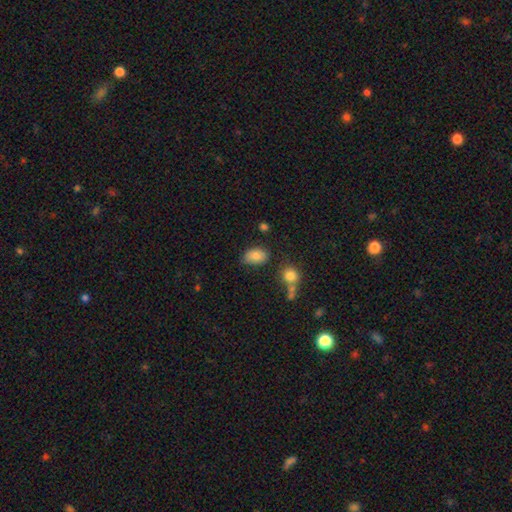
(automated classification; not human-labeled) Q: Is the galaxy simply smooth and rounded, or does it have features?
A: smooth — 82%.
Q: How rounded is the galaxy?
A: in between — 86%.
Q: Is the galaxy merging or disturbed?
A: none — 71%.